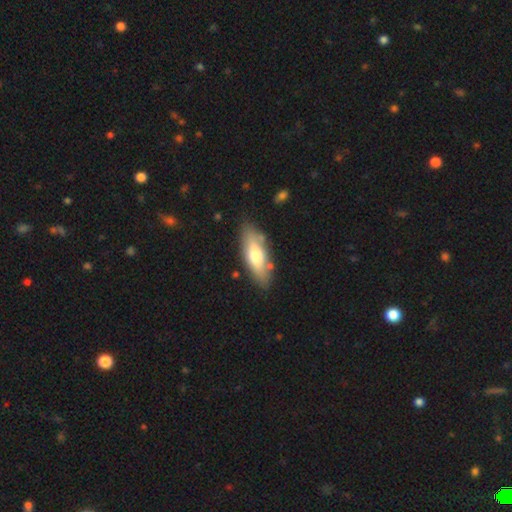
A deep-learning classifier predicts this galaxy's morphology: Q: Smooth or featured?
A: smooth (63%); runner-up: featured or disk (31%)
Q: How rounded?
A: in between (63%); runner-up: cigar-shaped (35%)
Q: Merging?
A: none (80%); runner-up: minor disturbance (13%)